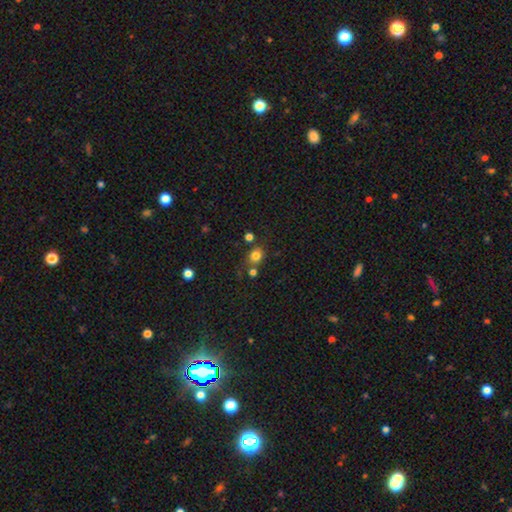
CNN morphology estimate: A smooth galaxy with no disk features (79%) that is round (75%). Merging: none (69%).